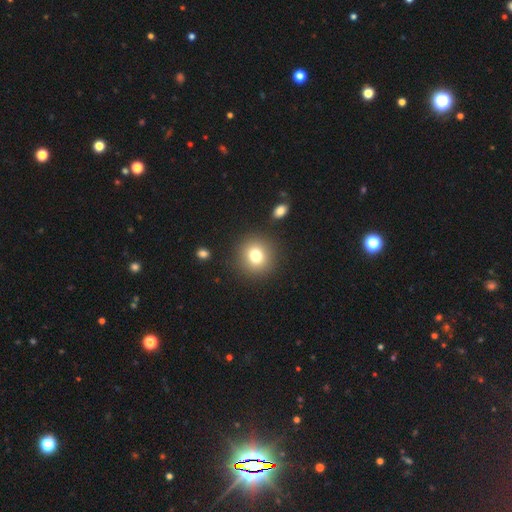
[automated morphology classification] smooth-or-featured: smooth: 77% | star or artifact: 13% | featured or disk: 10%
  how-rounded: round: 90% | in between: 9% | cigar-shaped: 1%
  merging: none: 89% | minor disturbance: 6% | major disturbance: 3% | merger: 2%